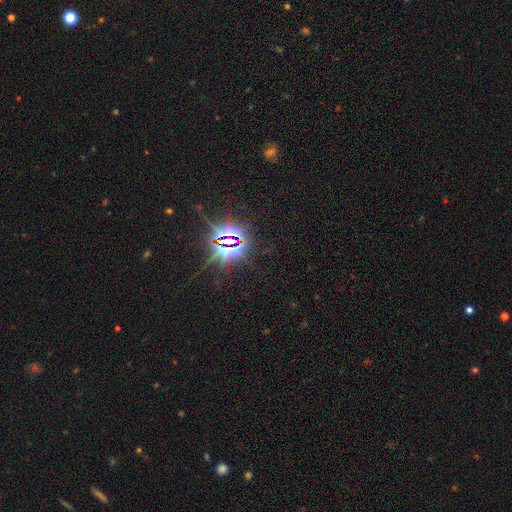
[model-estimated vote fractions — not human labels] smooth-or-featured: star or artifact: 81% | smooth: 13% | featured or disk: 6%